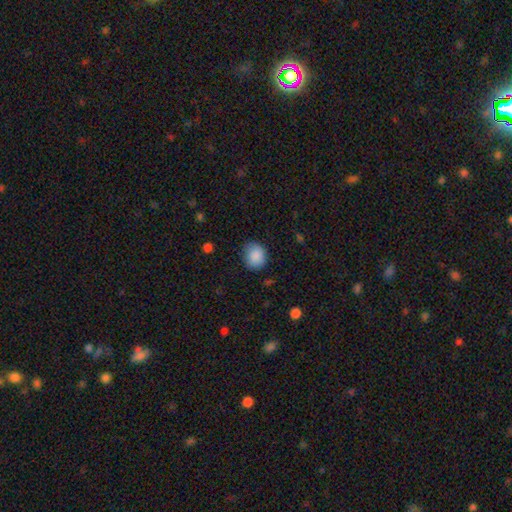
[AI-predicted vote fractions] smooth_or_featured: smooth (p=0.88) [alt: star or artifact p=0.08]
how_rounded: round (p=0.63) [alt: in between p=0.37]
merging: none (p=0.76) [alt: minor disturbance p=0.19]